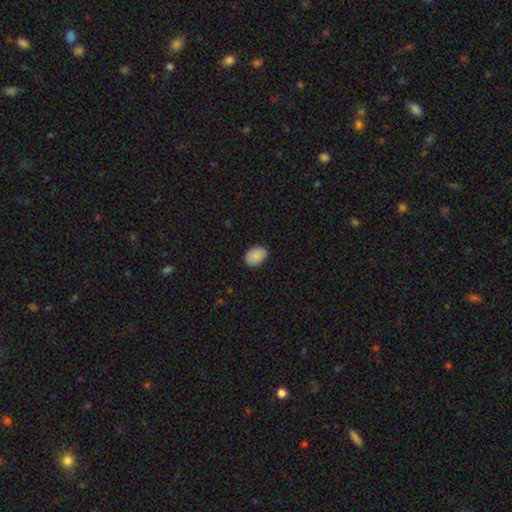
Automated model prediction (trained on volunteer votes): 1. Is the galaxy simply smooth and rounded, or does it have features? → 89% smooth, 7% star or artifact, 4% featured or disk.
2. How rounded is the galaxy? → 75% in between, 24% round, 1% cigar-shaped.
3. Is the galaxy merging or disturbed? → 85% none, 12% minor disturbance, 2% major disturbance, 1% merger.